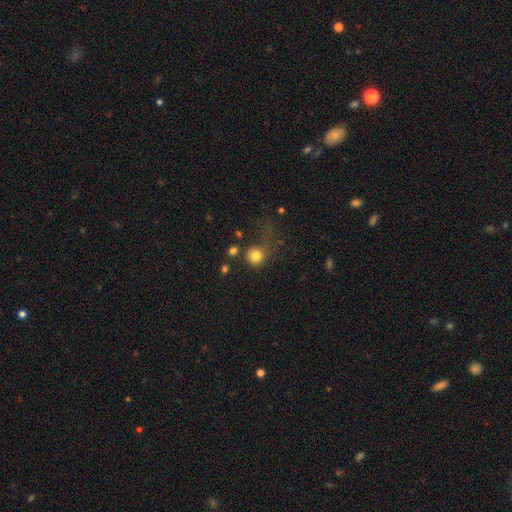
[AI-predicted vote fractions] smooth-or-featured: smooth: 80% | star or artifact: 13% | featured or disk: 8%
  how-rounded: round: 89% | in between: 10% | cigar-shaped: 1%
  merging: none: 54% | major disturbance: 20% | minor disturbance: 17% | merger: 8%